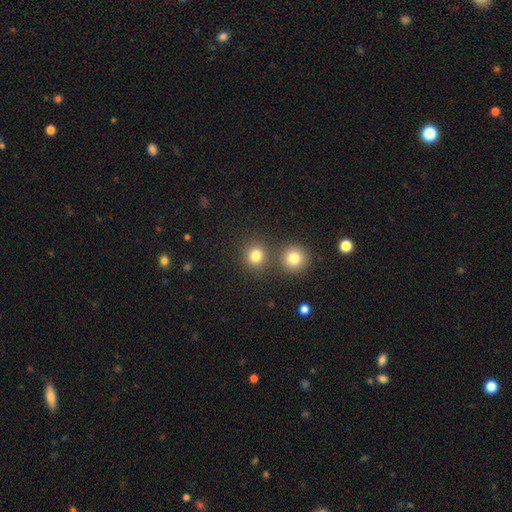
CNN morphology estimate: A smooth galaxy with no disk features (80%) that is round (87%).

Vote fractions:
- Smooth or featured? smooth: 80% / star or artifact: 14% / featured or disk: 6%
- How rounded? round: 87% / in between: 12% / cigar-shaped: 1%
- Merging? none: 74% / merger: 17% / minor disturbance: 7% / major disturbance: 3%